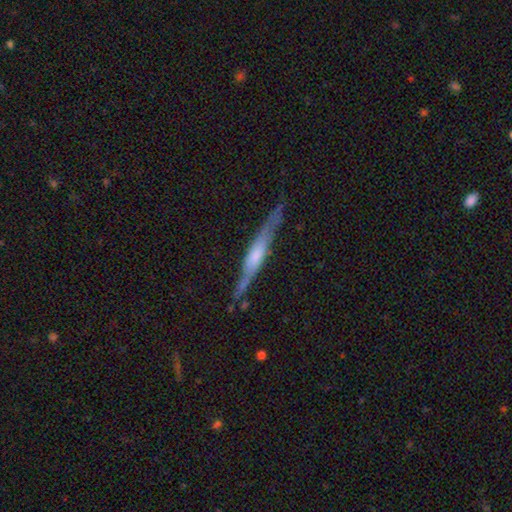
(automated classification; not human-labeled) Smooth or featured? featured or disk (65%)
Edge-on disk? yes (90%)
Edge-on bulge? rounded (44%)
Merging? none (76%)